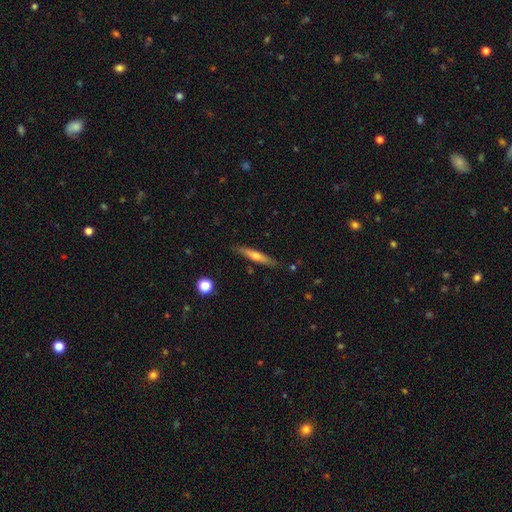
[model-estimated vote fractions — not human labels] Q: Smooth or featured?
A: featured or disk (48%); runner-up: smooth (45%)
Q: Merging?
A: none (85%); runner-up: minor disturbance (11%)